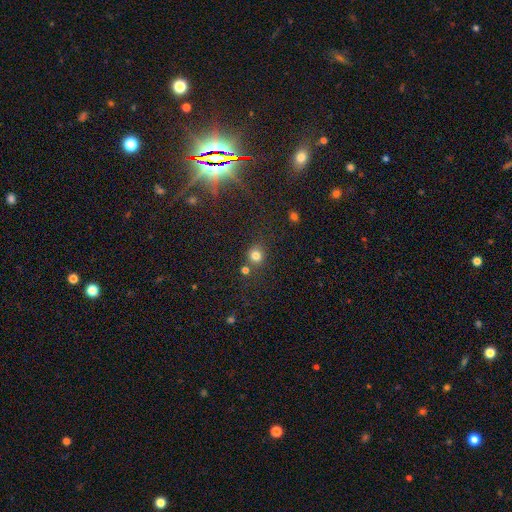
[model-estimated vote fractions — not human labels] Smooth or featured: smooth — 78% (star or artifact — 16%)
How rounded: round — 86% (in between — 13%)
Merging: none — 72% (merger — 13%)